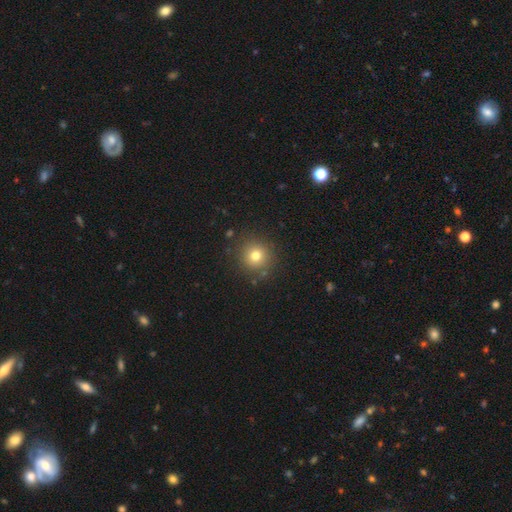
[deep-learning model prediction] This appears to be a smooth galaxy with no disk features (76%) that is round (93%). Merging: none (87%).